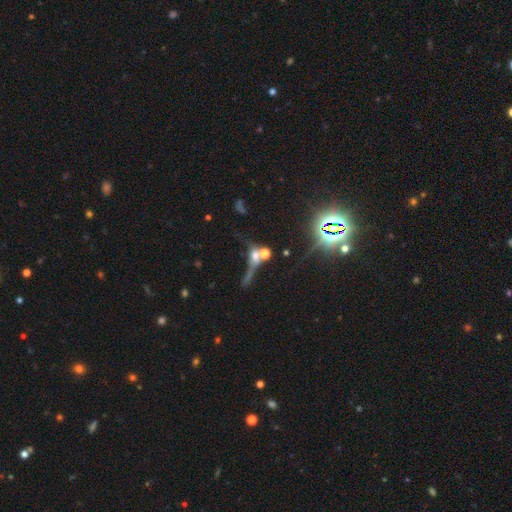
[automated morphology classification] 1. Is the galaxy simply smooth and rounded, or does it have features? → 41% smooth, 31% featured or disk, 28% star or artifact.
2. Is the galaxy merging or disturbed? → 39% merger, 31% none, 17% major disturbance, 13% minor disturbance.